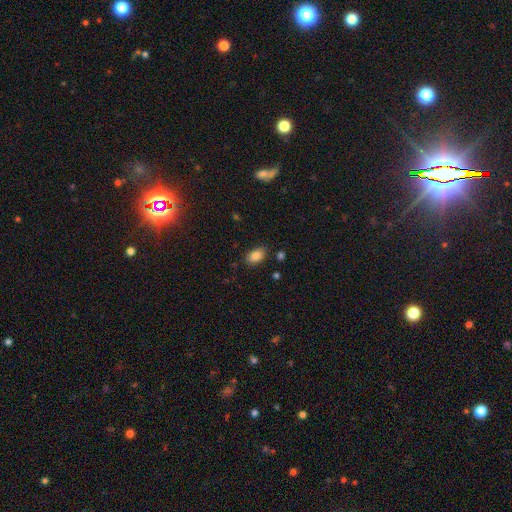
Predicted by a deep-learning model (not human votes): A smooth galaxy with no disk features (84%) that is in between round and cigar-shaped (88%).

Vote fractions:
- Smooth or featured? smooth: 84% / star or artifact: 9% / featured or disk: 7%
- How rounded? in between: 88% / round: 10% / cigar-shaped: 2%
- Merging? none: 83% / minor disturbance: 12% / major disturbance: 3% / merger: 2%